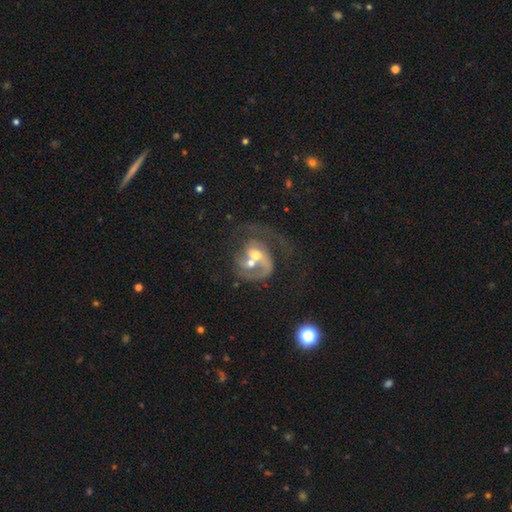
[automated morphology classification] Q: Smooth or featured?
A: featured or disk (77%); runner-up: smooth (17%)
Q: Edge-on disk?
A: no (98%); runner-up: yes (2%)
Q: Bar?
A: no (63%); runner-up: weak (29%)
Q: Spiral arms?
A: yes (83%); runner-up: no (17%)
Q: Spiral winding?
A: medium (41%); runner-up: loose (38%)
Q: Spiral arm count?
A: 1 (44%); runner-up: 2 (39%)
Q: Bulge size?
A: moderate (65%); runner-up: small (22%)
Q: Merging?
A: merger (56%); runner-up: none (18%)